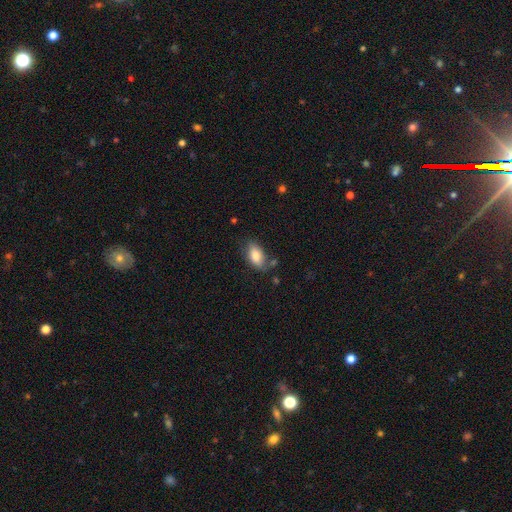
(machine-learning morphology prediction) Overall: smooth (82%). How rounded: in between (92%). Merging: none (67%).